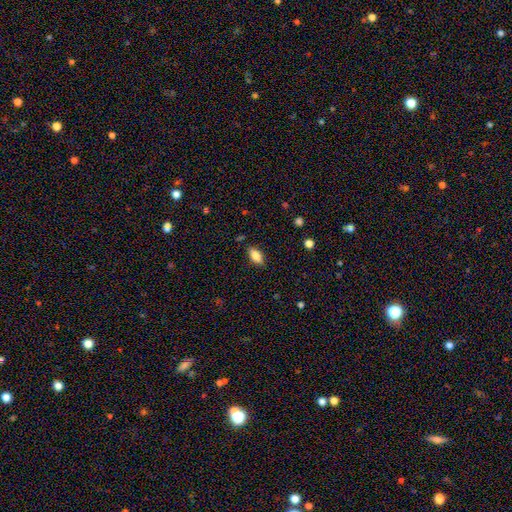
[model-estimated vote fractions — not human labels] Smooth or featured? Predicted: smooth (p=0.83). How rounded? Predicted: in between (p=0.89). Merging? Predicted: none (p=0.85).